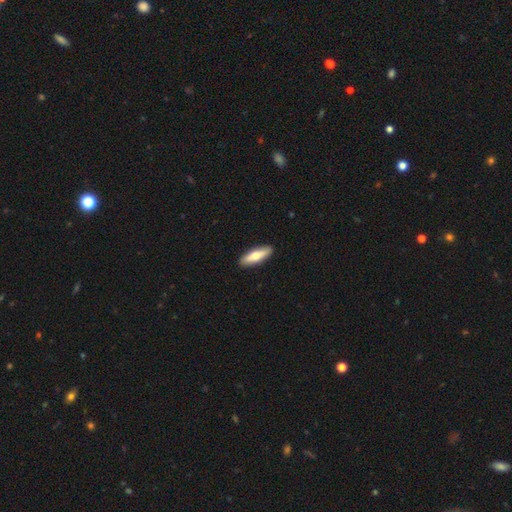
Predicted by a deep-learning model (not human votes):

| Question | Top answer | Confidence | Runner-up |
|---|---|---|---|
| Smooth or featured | smooth | 65% | featured or disk (30%) |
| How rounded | cigar-shaped | 55% | in between (43%) |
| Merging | none | 91% | minor disturbance (7%) |